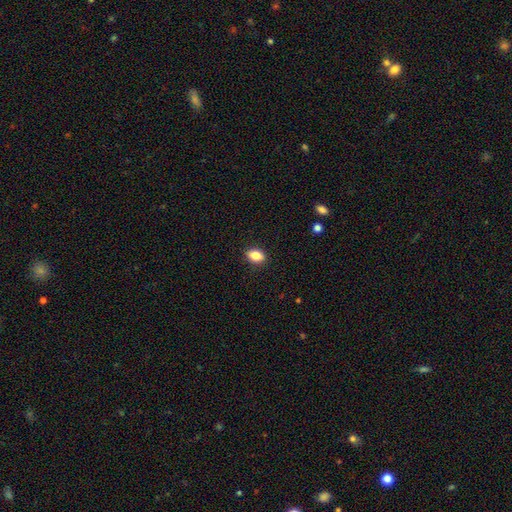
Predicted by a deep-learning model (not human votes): Smooth or featured? Predicted: smooth (p=0.81). How rounded? Predicted: in between (p=0.80). Merging? Predicted: none (p=0.89).